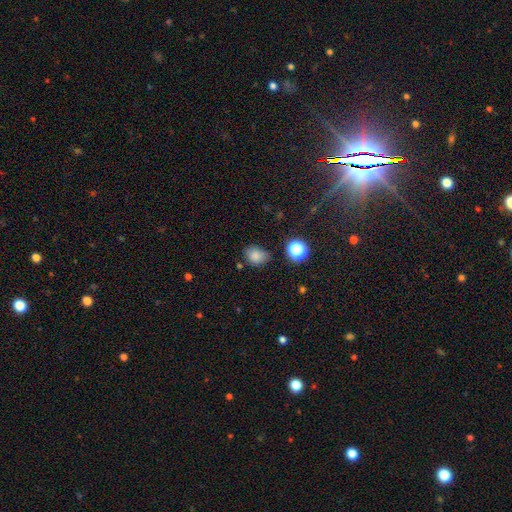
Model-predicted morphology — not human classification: This appears to be a smooth galaxy with no disk features (80%) that is in between round and cigar-shaped (56%). Merging: none (67%).